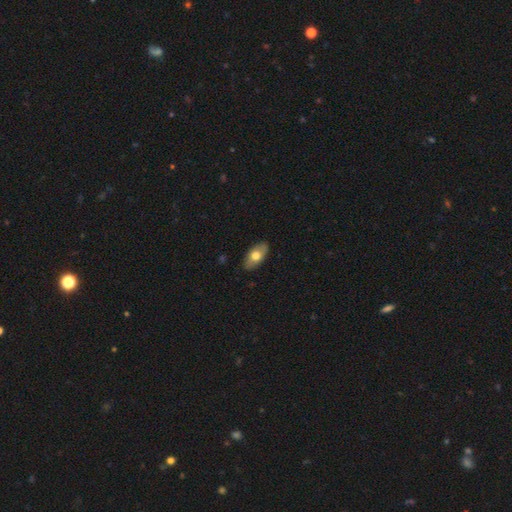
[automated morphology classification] A smooth galaxy with no disk features (67%) that is in between round and cigar-shaped (92%). Merging: none (87%).